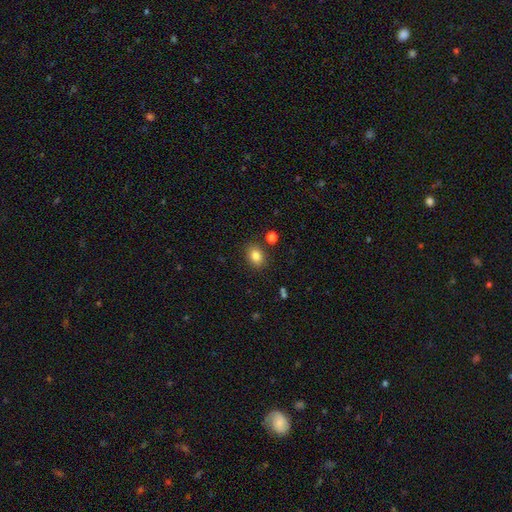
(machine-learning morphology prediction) This is clearly a smooth galaxy (84%). How rounded: likely in between (63%). Merging: clearly none (83%).